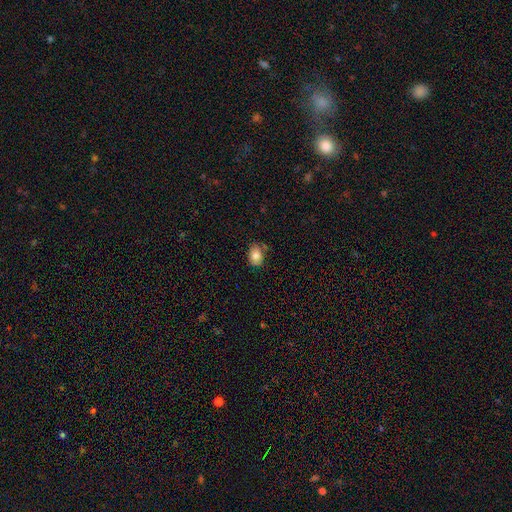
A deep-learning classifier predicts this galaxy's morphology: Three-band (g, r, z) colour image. It shows a smooth galaxy with no disk features (83%) that is in between round and cigar-shaped (77%). Merging: none (70%).